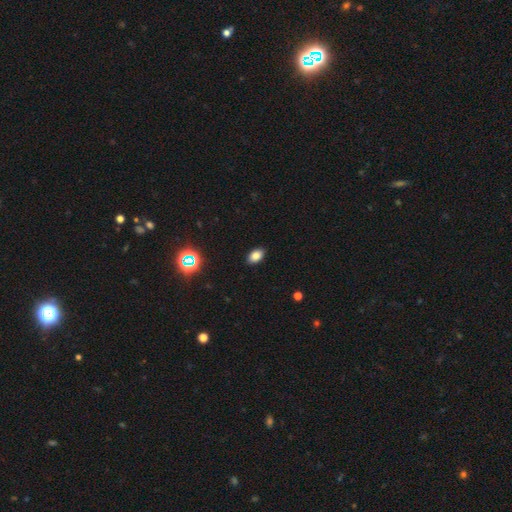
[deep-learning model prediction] A smooth galaxy with no disk features (81%) that is in between round and cigar-shaped (89%).

Vote fractions:
- Smooth or featured? smooth: 81% / star or artifact: 13% / featured or disk: 7%
- How rounded? in between: 89% / round: 10% / cigar-shaped: 2%
- Merging? none: 90% / minor disturbance: 7% / major disturbance: 2% / merger: 1%